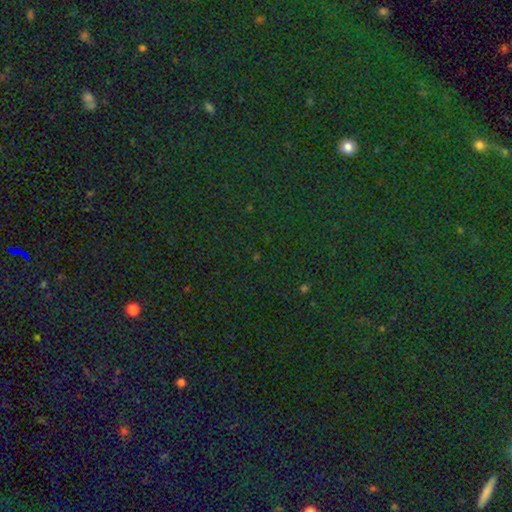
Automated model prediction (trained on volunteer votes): Smooth or featured: star or artifact — 80% (smooth — 13%)